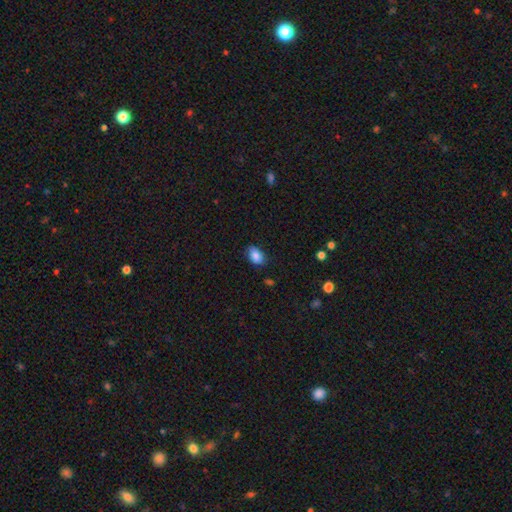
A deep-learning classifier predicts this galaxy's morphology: This is clearly a smooth galaxy (84%). How rounded: clearly in between (84%). Merging: likely none (76%).